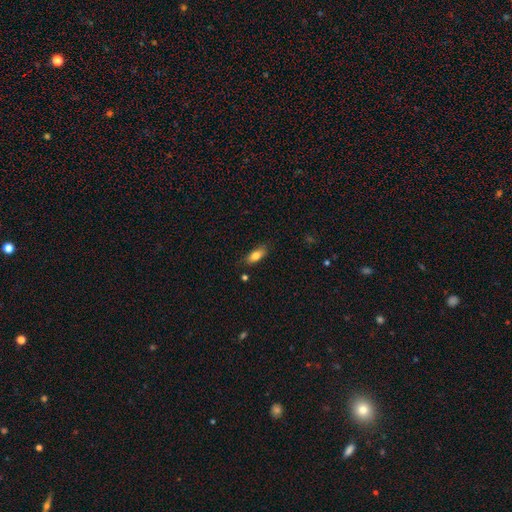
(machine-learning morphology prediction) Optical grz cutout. It shows a smooth galaxy with no disk features (80%) that is in between round and cigar-shaped (80%). Merging: none (80%).